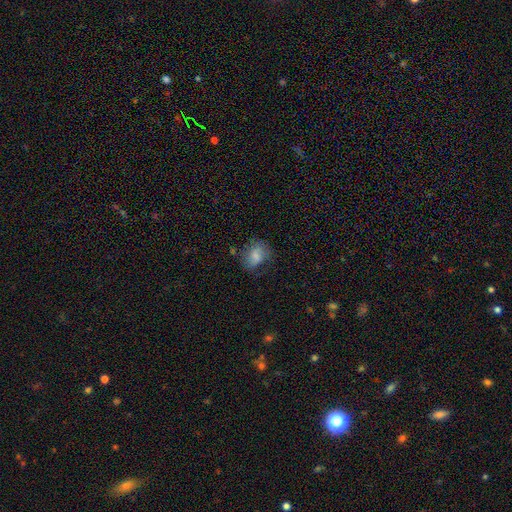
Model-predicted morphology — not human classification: smooth 73%, featured or disk 18%, star or artifact 9%. Down the decision tree: how rounded — in between (65%); merging — none (57%).